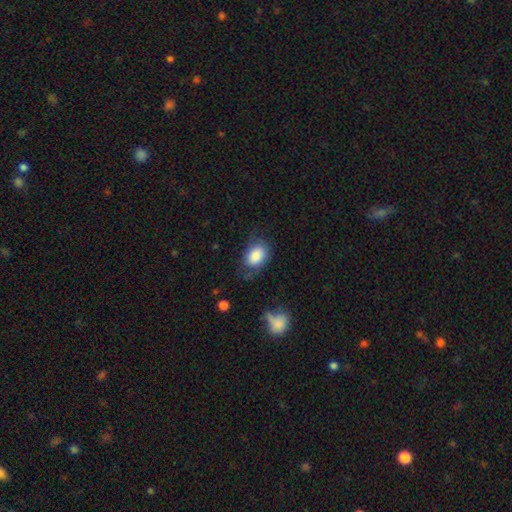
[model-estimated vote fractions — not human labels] Overall: smooth (86%). How rounded: in between (76%). Merging: none (65%).